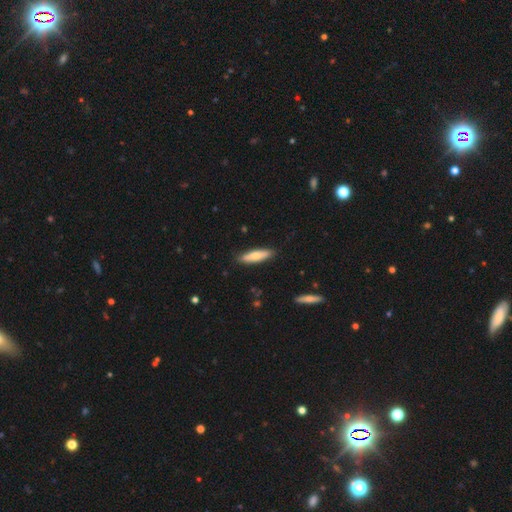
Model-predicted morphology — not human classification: smooth_or_featured: smooth (p=0.68) [alt: featured or disk p=0.26]
how_rounded: cigar-shaped (p=0.66) [alt: in between p=0.32]
merging: none (p=0.88) [alt: minor disturbance p=0.09]